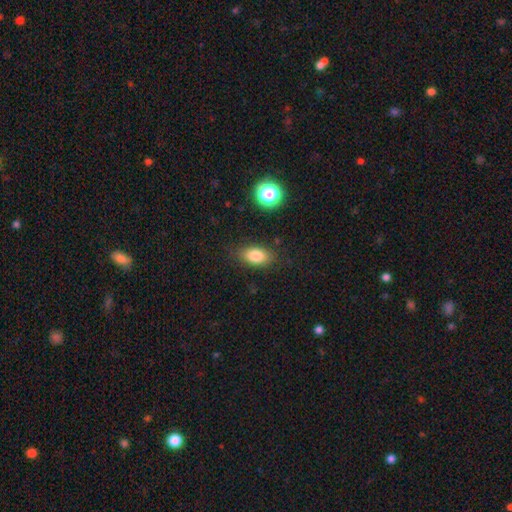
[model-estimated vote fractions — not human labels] smooth 82%, star or artifact 9%, featured or disk 8%. Down the decision tree: how rounded — in between (86%); merging — none (83%).